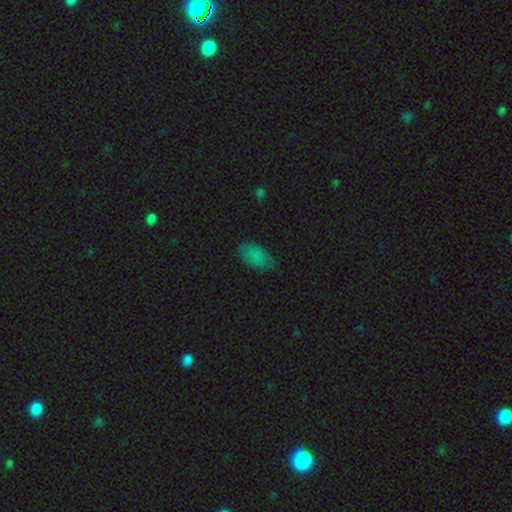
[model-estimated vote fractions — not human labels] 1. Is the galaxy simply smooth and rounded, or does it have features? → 83% smooth, 10% star or artifact, 7% featured or disk.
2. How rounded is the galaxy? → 94% in between, 3% cigar-shaped, 3% round.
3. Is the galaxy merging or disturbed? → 74% none, 21% minor disturbance, 4% major disturbance, 1% merger.